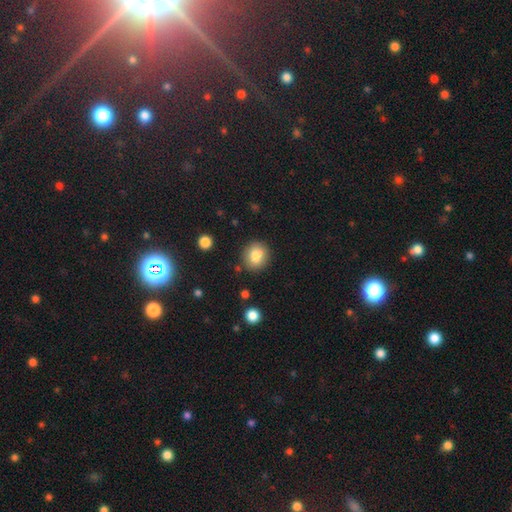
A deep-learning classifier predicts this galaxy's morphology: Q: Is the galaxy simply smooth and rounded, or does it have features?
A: smooth — 83%.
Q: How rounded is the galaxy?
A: round — 79%.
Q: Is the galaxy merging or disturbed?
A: none — 84%.